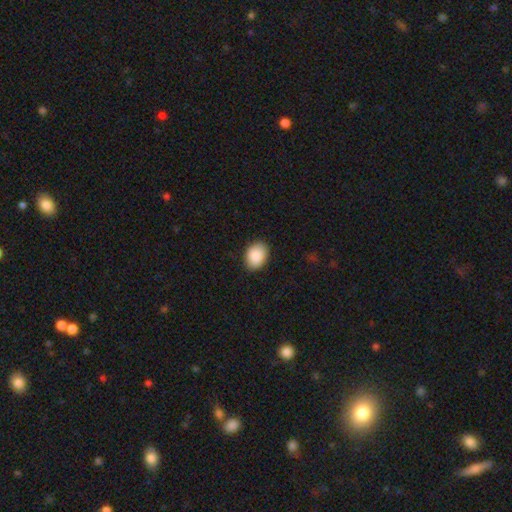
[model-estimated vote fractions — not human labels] Smooth or featured?
  - smooth: 90% *
  - star or artifact: 6%
  - featured or disk: 4%
How rounded?
  - in between: 72% *
  - round: 27%
  - cigar-shaped: 1%
Merging?
  - none: 86% *
  - minor disturbance: 11%
  - major disturbance: 2%
  - merger: 1%